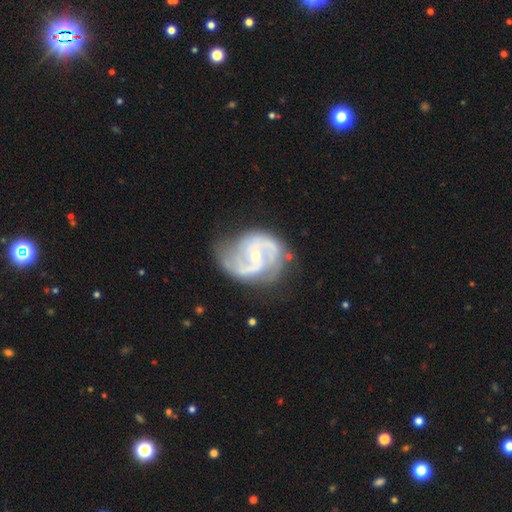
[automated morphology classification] Overall: featured or disk (89%). Edge-on disk: no (98%). Bar: no (45%; weak 40%). Spiral arms: yes (96%). Spiral arm count: 2 (82%). Spiral winding: medium (53%; tight 28%). Bulge size: small (61%; moderate 36%). Merging: none (60%; minor disturbance 25%).